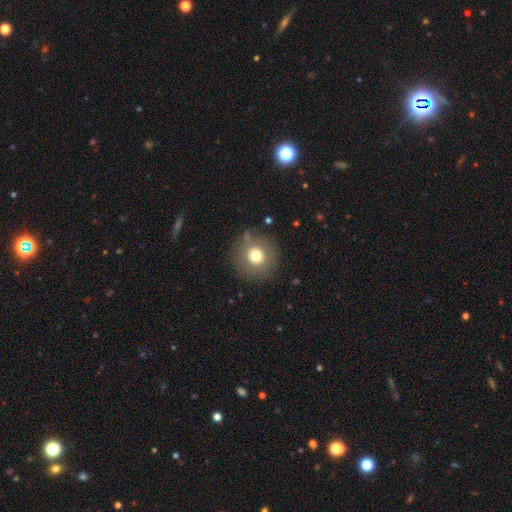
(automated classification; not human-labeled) smooth 73%, featured or disk 14%, star or artifact 12%. Down the decision tree: how rounded — round (94%); merging — none (84%).